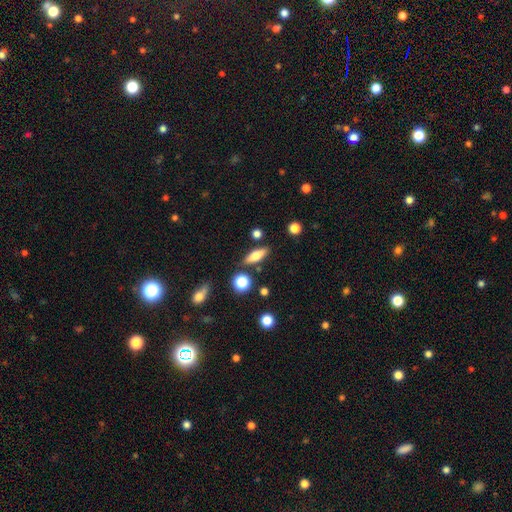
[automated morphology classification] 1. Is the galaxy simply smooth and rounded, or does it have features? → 64% smooth, 27% featured or disk, 9% star or artifact.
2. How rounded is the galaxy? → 54% in between, 41% cigar-shaped, 5% round.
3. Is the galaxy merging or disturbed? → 82% none, 10% minor disturbance, 5% merger, 3% major disturbance.